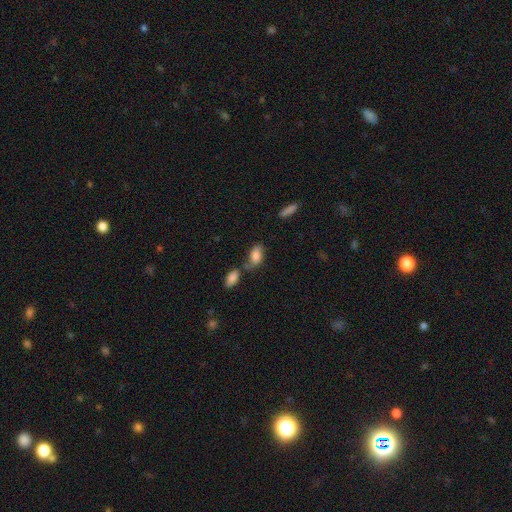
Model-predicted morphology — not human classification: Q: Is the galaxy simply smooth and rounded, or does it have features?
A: smooth — 80%.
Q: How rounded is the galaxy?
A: in between — 91%.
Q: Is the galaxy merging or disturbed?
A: none — 43%.